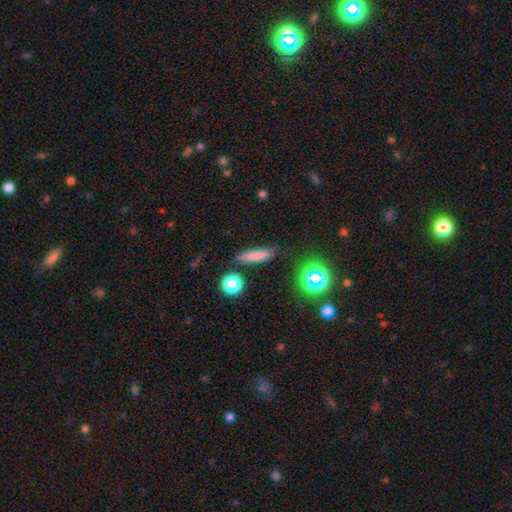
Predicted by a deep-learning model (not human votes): This is likely a smooth galaxy (76%). How rounded: likely cigar-shaped (75%). Merging: clearly none (80%).